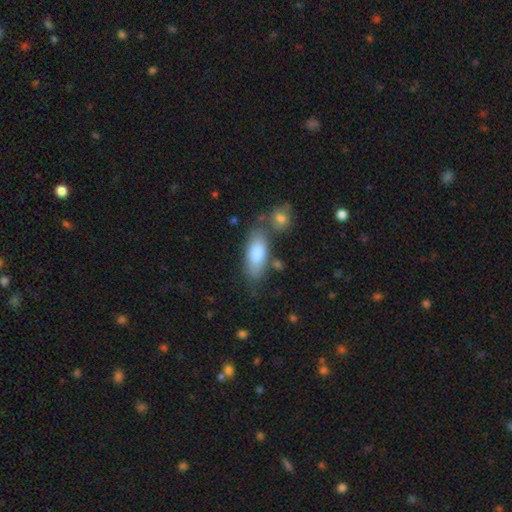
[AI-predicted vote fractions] Overall: smooth (82%). How rounded: in between (83%). Merging: none (63%).